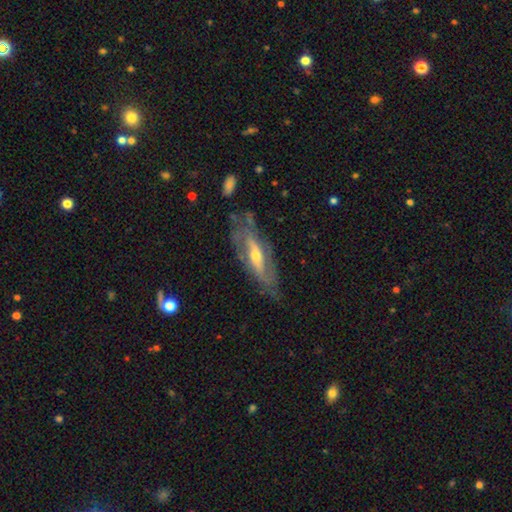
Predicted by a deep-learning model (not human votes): Smooth or featured? featured or disk (77%)
Edge-on disk? no (75%)
Bar? no (37%)
Spiral arms? yes (73%)
Bulge size? moderate (51%)
Merging? none (68%)